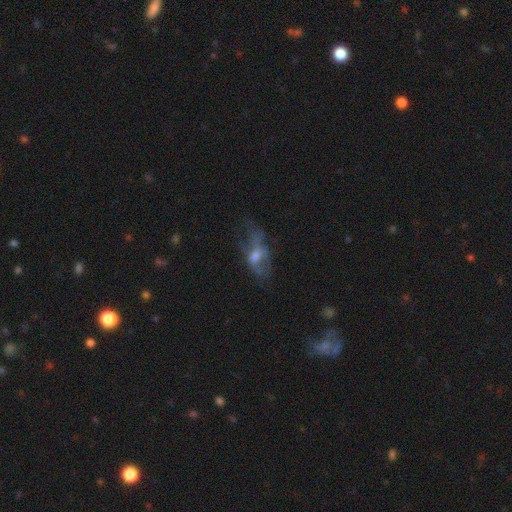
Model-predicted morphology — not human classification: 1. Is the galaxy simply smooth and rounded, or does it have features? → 50% featured or disk, 39% smooth, 12% star or artifact.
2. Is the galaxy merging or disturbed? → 44% major disturbance, 32% none, 21% minor disturbance, 4% merger.